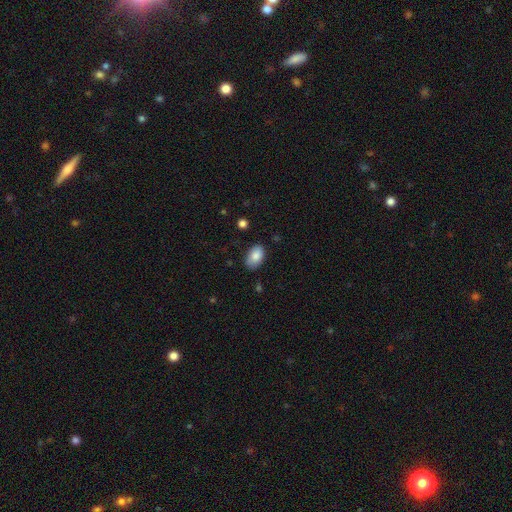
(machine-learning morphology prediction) Smooth or featured?
  - smooth: 86% *
  - featured or disk: 7%
  - star or artifact: 7%
How rounded?
  - in between: 92% *
  - round: 7%
  - cigar-shaped: 1%
Merging?
  - none: 79% *
  - minor disturbance: 17%
  - major disturbance: 3%
  - merger: 1%